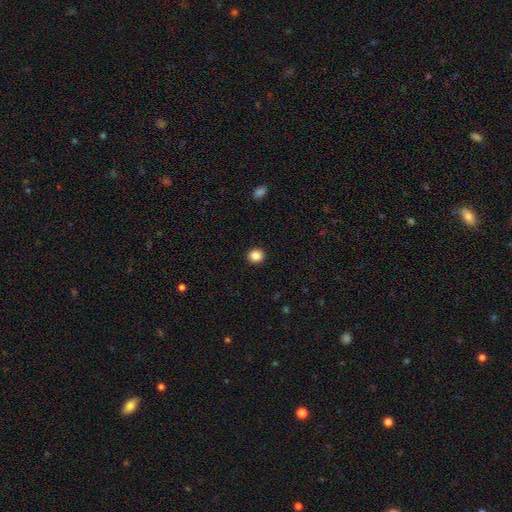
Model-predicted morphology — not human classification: Smooth or featured? smooth (86%)
How rounded? round (84%)
Merging? none (92%)